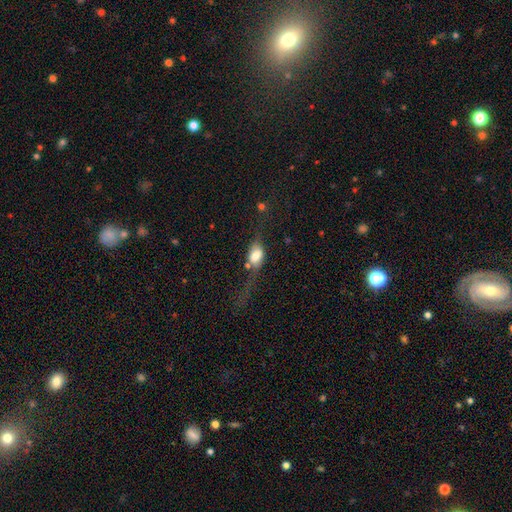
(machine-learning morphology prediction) Smooth or featured?
  - smooth: 51% *
  - featured or disk: 39%
  - star or artifact: 10%
How rounded?
  - in between: 73% *
  - round: 18%
  - cigar-shaped: 10%
Merging?
  - major disturbance: 36% *
  - none: 33%
  - minor disturbance: 22%
  - merger: 9%